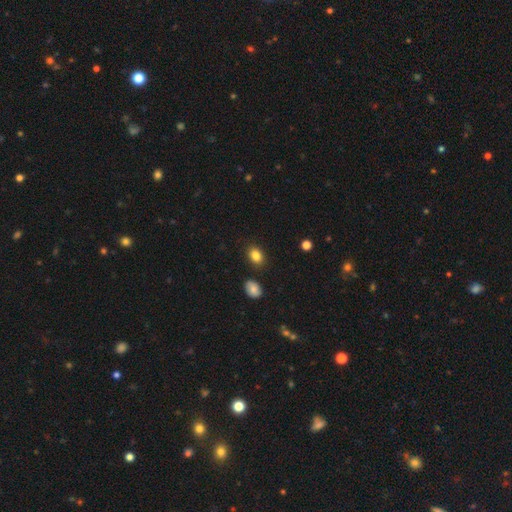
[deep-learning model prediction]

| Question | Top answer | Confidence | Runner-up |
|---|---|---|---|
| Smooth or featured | smooth | 85% | star or artifact (9%) |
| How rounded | in between | 70% | round (29%) |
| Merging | none | 86% | minor disturbance (9%) |